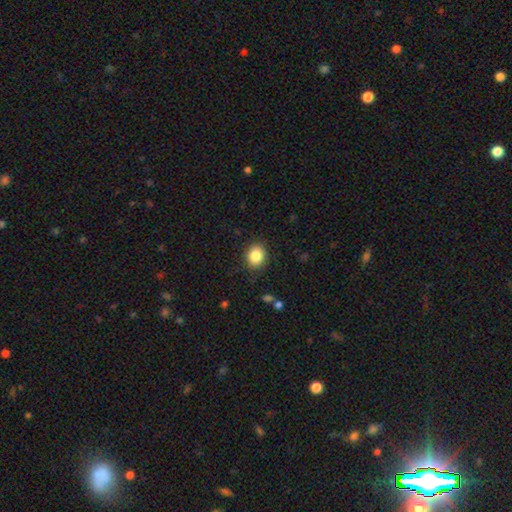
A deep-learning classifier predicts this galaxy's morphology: type=smooth (85%); roundness=round (61%); merging=none (87%).